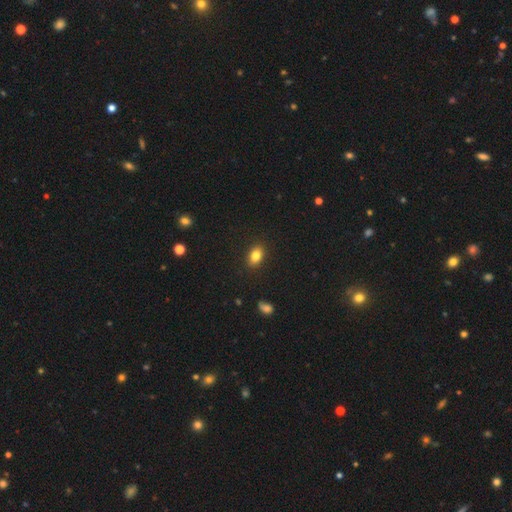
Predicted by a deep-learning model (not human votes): This appears to be a smooth galaxy with no disk features (83%) that is in between round and cigar-shaped (81%). Merging: none (88%).